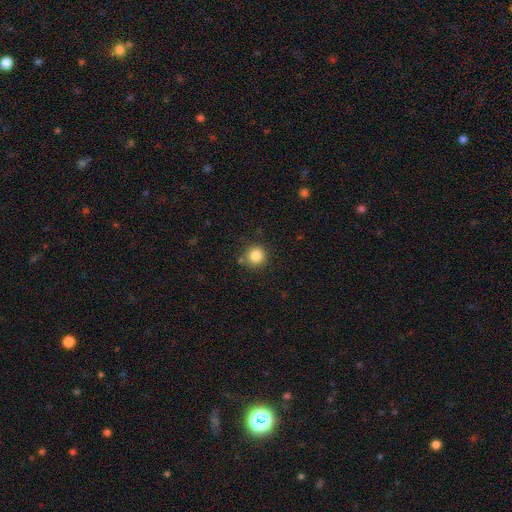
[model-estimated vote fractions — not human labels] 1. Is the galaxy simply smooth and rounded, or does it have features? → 84% smooth, 11% star or artifact, 5% featured or disk.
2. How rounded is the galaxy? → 94% round, 5% in between, 1% cigar-shaped.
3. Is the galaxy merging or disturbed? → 84% none, 9% minor disturbance, 5% merger, 3% major disturbance.